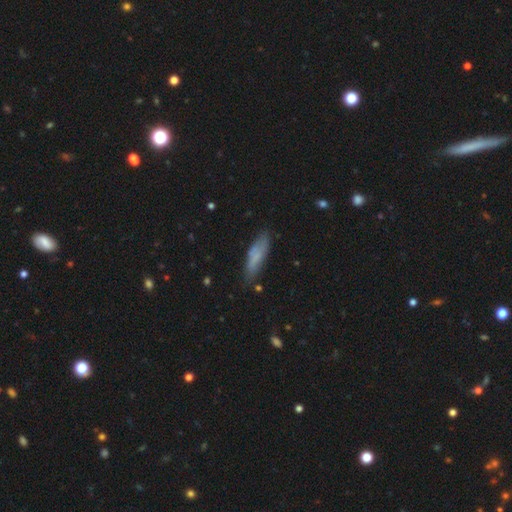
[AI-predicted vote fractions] Morphology: type=smooth (73%); roundness=cigar-shaped (61%); merging=none (74%).